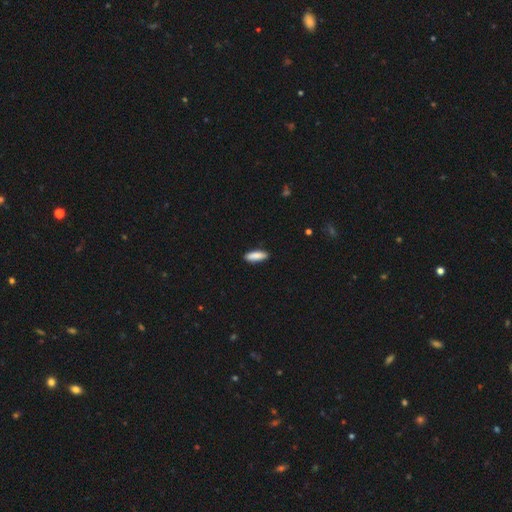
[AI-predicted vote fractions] Smooth or featured?
  - smooth: 88% *
  - featured or disk: 7%
  - star or artifact: 6%
How rounded?
  - in between: 53% *
  - cigar-shaped: 45%
  - round: 2%
Merging?
  - none: 88% *
  - minor disturbance: 9%
  - major disturbance: 2%
  - merger: 1%